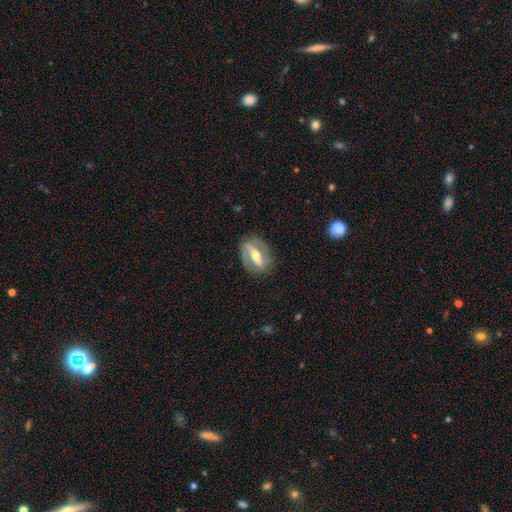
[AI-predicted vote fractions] smooth_or_featured: featured or disk (p=0.78) [alt: smooth p=0.17]
disk_edge_on: no (p=0.85) [alt: yes p=0.15]
bar: strong (p=0.70) [alt: weak p=0.20]
has_spiral_arms: yes (p=0.70) [alt: no p=0.30]
bulge_size: moderate (p=0.66) [alt: small p=0.27]
merging: none (p=0.82) [alt: minor disturbance p=0.12]